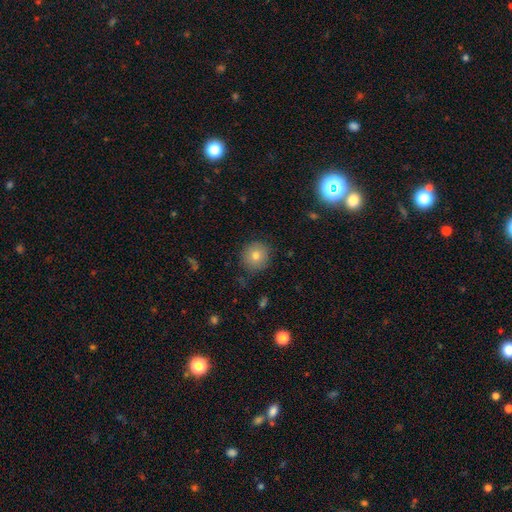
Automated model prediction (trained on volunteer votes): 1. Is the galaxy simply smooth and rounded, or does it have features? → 76% smooth, 12% star or artifact, 12% featured or disk.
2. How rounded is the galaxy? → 93% round, 6% in between, 1% cigar-shaped.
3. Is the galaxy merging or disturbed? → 87% none, 9% minor disturbance, 2% major disturbance, 1% merger.